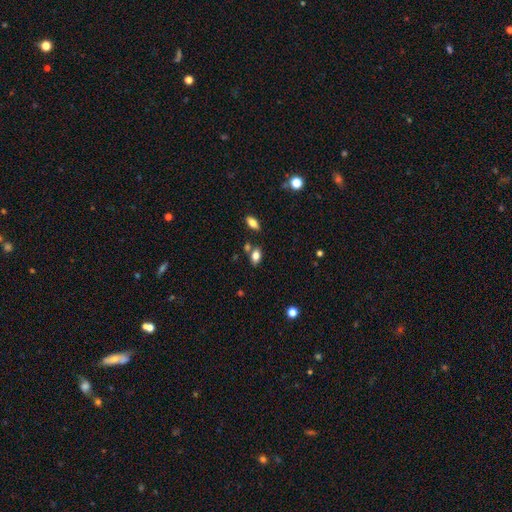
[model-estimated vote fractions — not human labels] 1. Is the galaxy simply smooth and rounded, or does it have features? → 79% smooth, 11% featured or disk, 10% star or artifact.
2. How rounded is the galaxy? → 87% in between, 9% round, 4% cigar-shaped.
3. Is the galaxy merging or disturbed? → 70% none, 14% merger, 13% minor disturbance, 3% major disturbance.